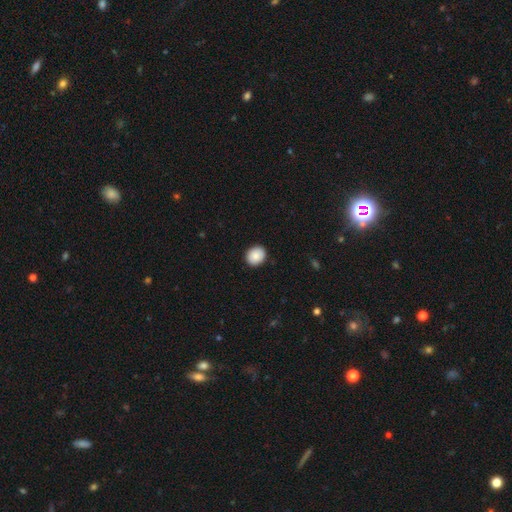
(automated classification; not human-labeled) Q: Smooth or featured?
A: smooth (88%); runner-up: star or artifact (7%)
Q: How rounded?
A: round (66%); runner-up: in between (33%)
Q: Merging?
A: none (90%); runner-up: minor disturbance (7%)